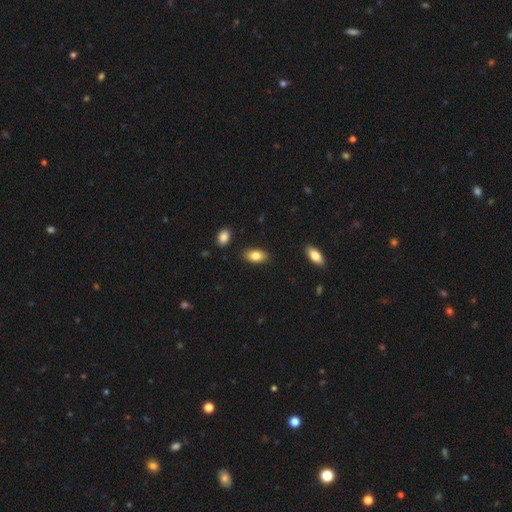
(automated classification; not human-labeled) Smooth or featured?
  - smooth: 83% *
  - featured or disk: 10%
  - star or artifact: 7%
How rounded?
  - in between: 92% *
  - round: 4%
  - cigar-shaped: 4%
Merging?
  - none: 87% *
  - minor disturbance: 10%
  - major disturbance: 2%
  - merger: 2%